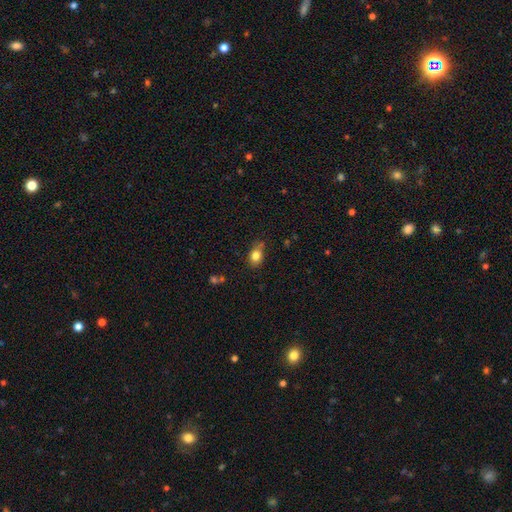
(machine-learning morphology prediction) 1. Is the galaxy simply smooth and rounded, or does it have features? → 81% smooth, 10% star or artifact, 9% featured or disk.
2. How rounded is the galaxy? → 73% in between, 25% round, 2% cigar-shaped.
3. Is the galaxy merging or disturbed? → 68% none, 23% minor disturbance, 5% major disturbance, 4% merger.